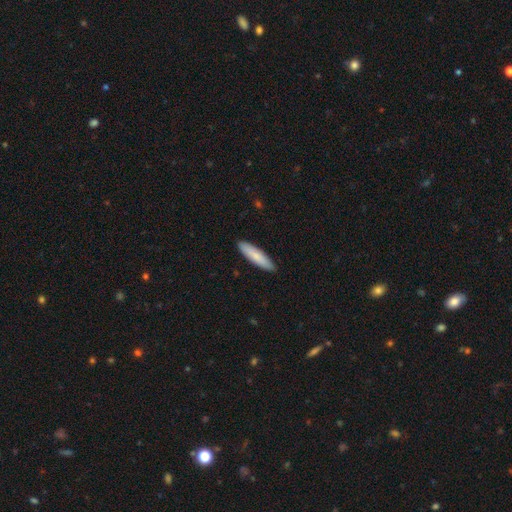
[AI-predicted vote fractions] Q: Smooth or featured?
A: smooth (82%); runner-up: featured or disk (12%)
Q: How rounded?
A: cigar-shaped (76%); runner-up: in between (23%)
Q: Merging?
A: none (90%); runner-up: minor disturbance (7%)